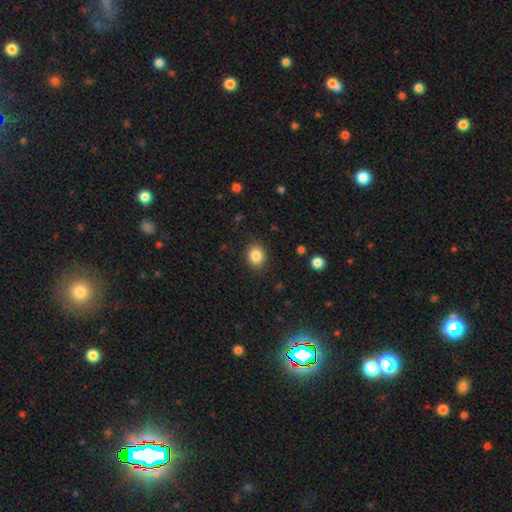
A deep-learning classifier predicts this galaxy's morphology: type=smooth (86%); roundness=round (64%); merging=none (88%).